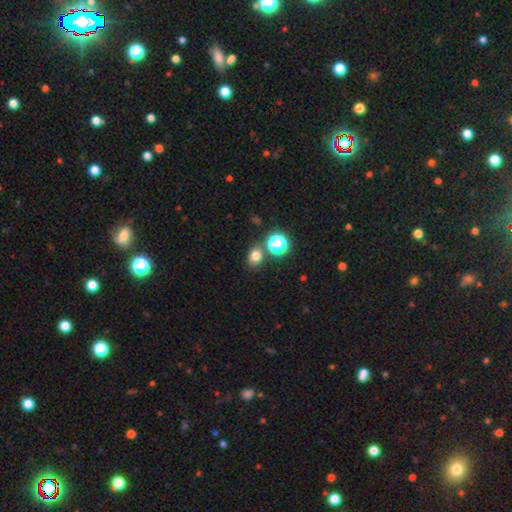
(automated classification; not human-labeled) A smooth galaxy with no disk features (74%) that is round (56%).

Vote fractions:
- Smooth or featured? smooth: 74% / star or artifact: 19% / featured or disk: 7%
- How rounded? round: 56% / in between: 43% / cigar-shaped: 1%
- Merging? none: 74% / merger: 13% / minor disturbance: 10% / major disturbance: 3%